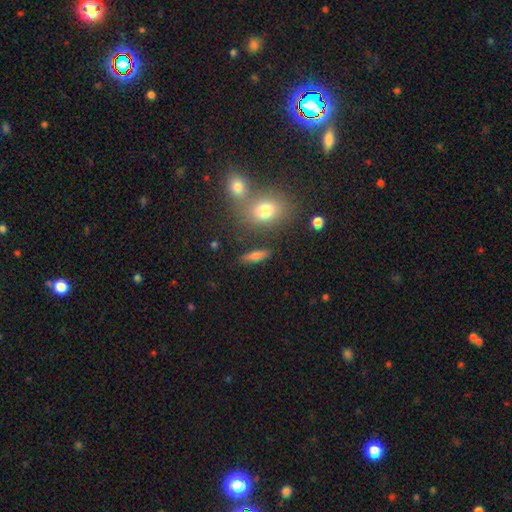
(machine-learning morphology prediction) A smooth galaxy with no disk features (69%) that is cigar-shaped (48%). Merging: none (79%).